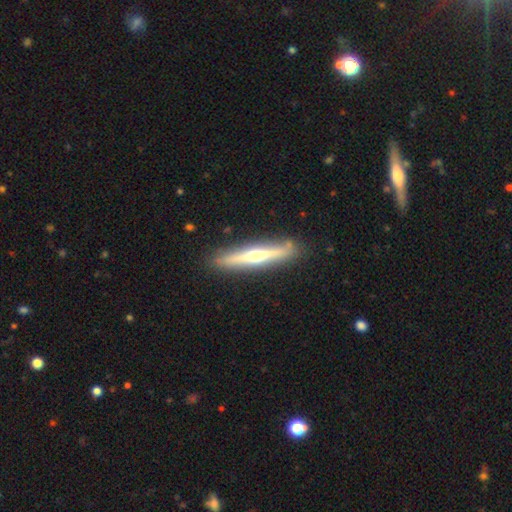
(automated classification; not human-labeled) Overall: featured or disk (64%; smooth 30%). Edge-on disk: yes (95%). Edge-on bulge: rounded (85%). Merging: none (88%).